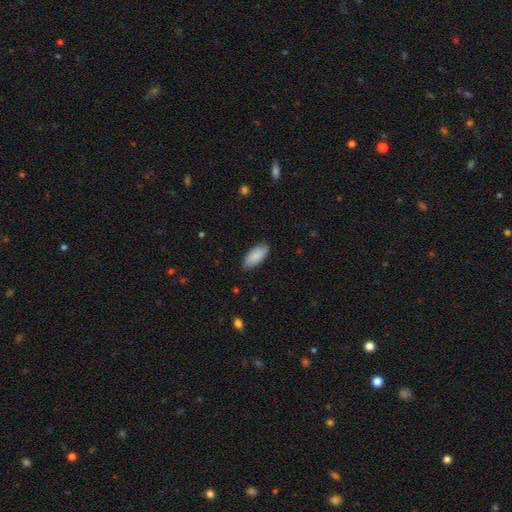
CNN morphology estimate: smooth_or_featured: smooth (p=0.87) [alt: featured or disk p=0.07]
how_rounded: in between (p=0.89) [alt: cigar-shaped p=0.10]
merging: none (p=0.87) [alt: minor disturbance p=0.10]